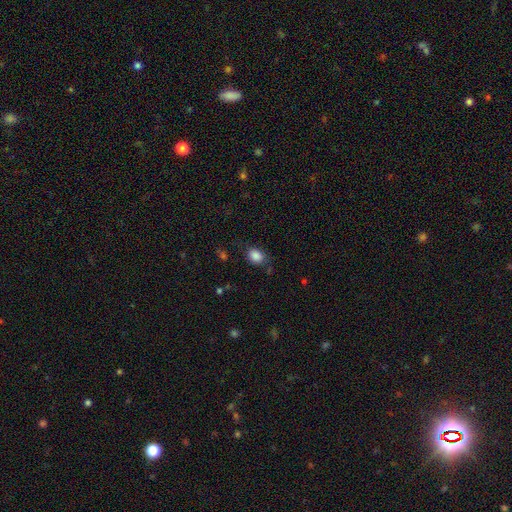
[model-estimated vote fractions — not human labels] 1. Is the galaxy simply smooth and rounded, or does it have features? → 86% smooth, 9% star or artifact, 5% featured or disk.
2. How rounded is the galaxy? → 64% in between, 35% round, 1% cigar-shaped.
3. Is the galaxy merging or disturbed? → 74% none, 18% minor disturbance, 6% major disturbance, 2% merger.